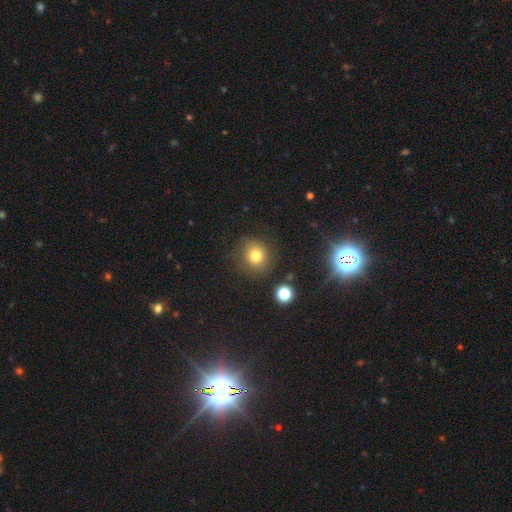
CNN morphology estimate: Smooth or featured: smooth — 77% (star or artifact — 15%)
How rounded: round — 87% (in between — 12%)
Merging: none — 82% (minor disturbance — 11%)